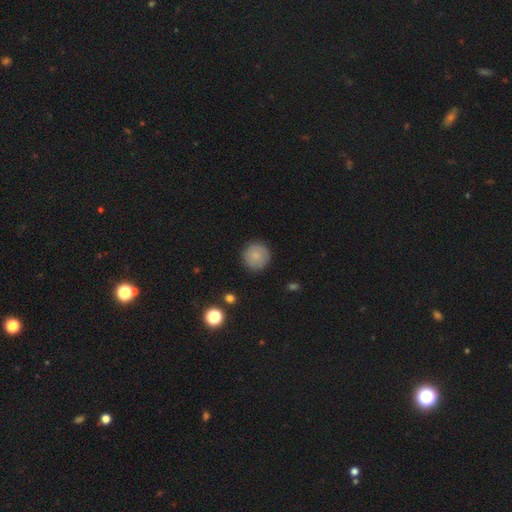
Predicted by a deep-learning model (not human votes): This appears to be a smooth galaxy with no disk features (79%) that is round (94%). Merging: none (87%).